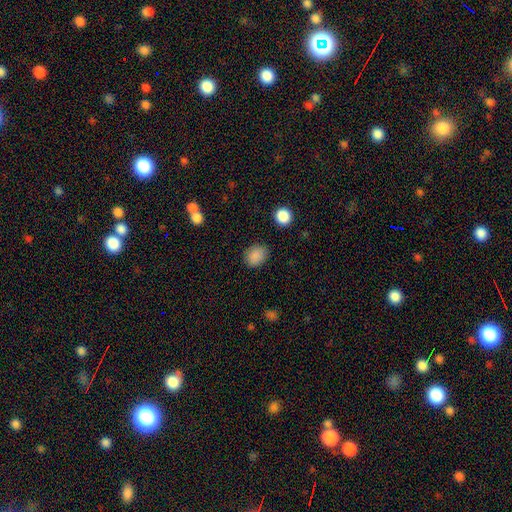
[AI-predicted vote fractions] Smooth or featured: smooth — 87% (star or artifact — 10%)
How rounded: in between — 52% (round — 47%)
Merging: none — 83% (minor disturbance — 11%)